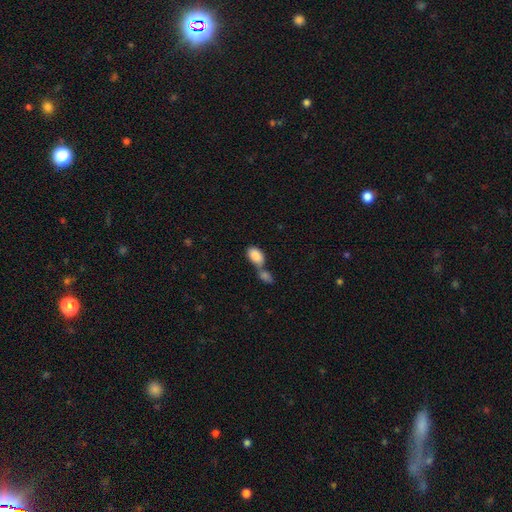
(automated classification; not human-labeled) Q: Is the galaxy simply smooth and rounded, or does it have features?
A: smooth — 86%.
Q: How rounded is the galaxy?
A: in between — 92%.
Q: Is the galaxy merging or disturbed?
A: merger — 62%.